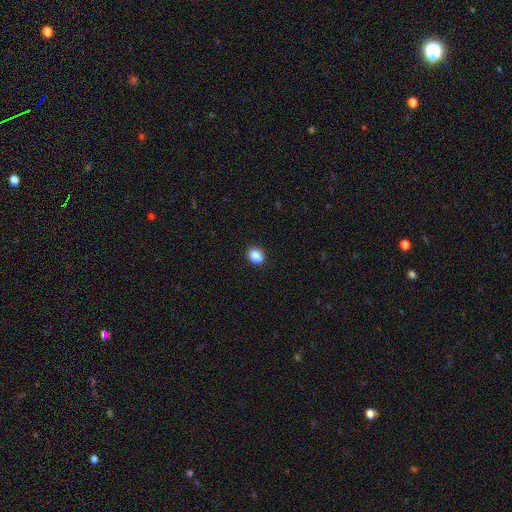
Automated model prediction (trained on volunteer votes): Smooth or featured? Predicted: smooth (p=0.89). How rounded? Predicted: in between (p=0.64). Merging? Predicted: none (p=0.90).